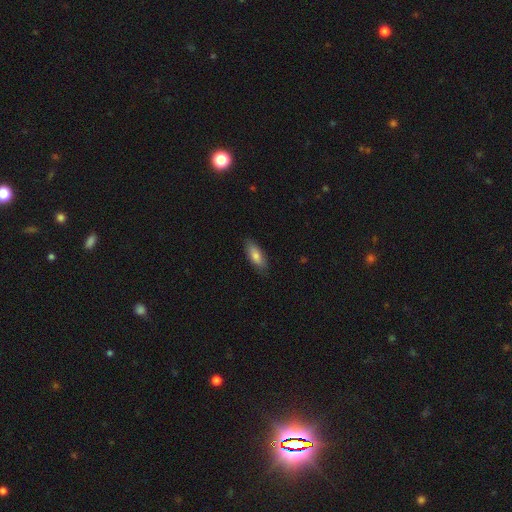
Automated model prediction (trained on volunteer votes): A smooth galaxy with no disk features (79%) that is in between round and cigar-shaped (71%).

Vote fractions:
- Smooth or featured? smooth: 79% / featured or disk: 15% / star or artifact: 6%
- How rounded? in between: 71% / cigar-shaped: 27% / round: 2%
- Merging? none: 84% / minor disturbance: 13% / major disturbance: 2% / merger: 1%